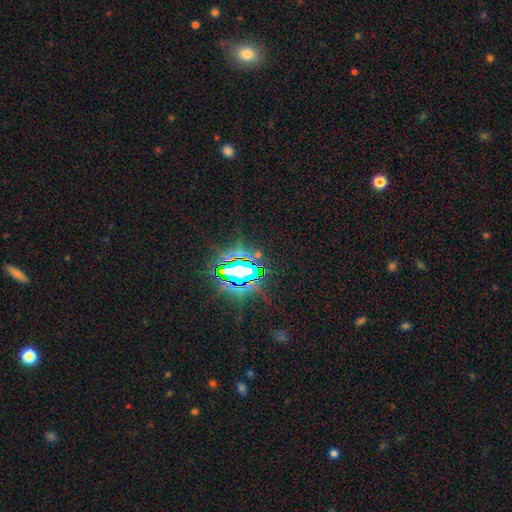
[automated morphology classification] type=star or artifact (79%).